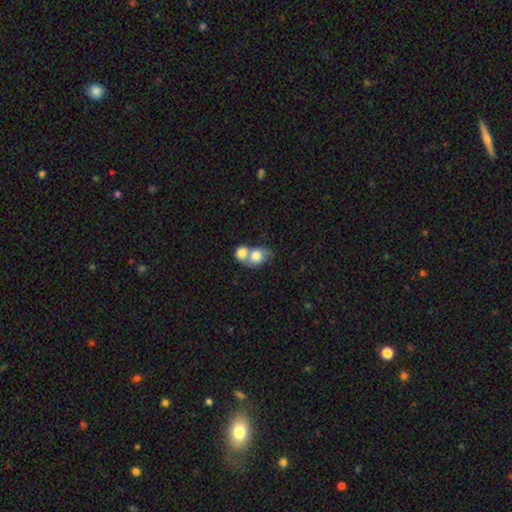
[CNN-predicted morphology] smooth_or_featured: smooth (p=0.78) [alt: featured or disk p=0.15]
how_rounded: round (p=0.51) [alt: in between p=0.48]
merging: merger (p=0.73) [alt: none p=0.18]